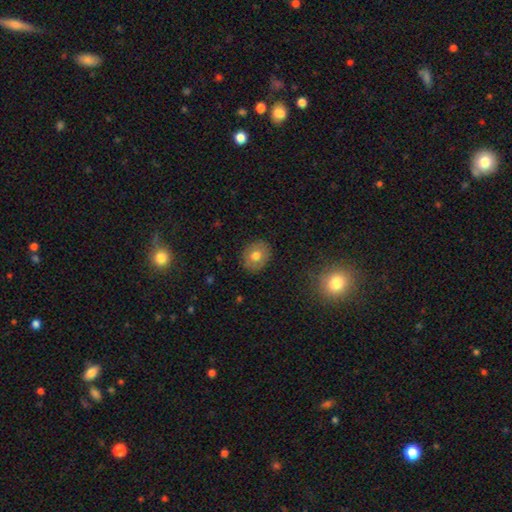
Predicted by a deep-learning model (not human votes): smooth-or-featured: smooth: 68% | featured or disk: 23% | star or artifact: 9%
  how-rounded: round: 56% | in between: 43% | cigar-shaped: 1%
  merging: none: 86% | minor disturbance: 10% | major disturbance: 3% | merger: 1%